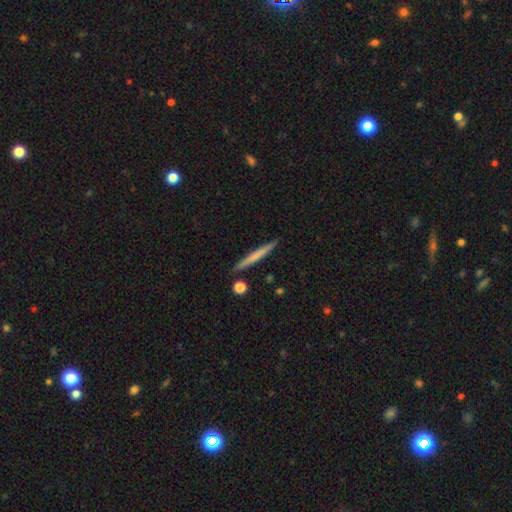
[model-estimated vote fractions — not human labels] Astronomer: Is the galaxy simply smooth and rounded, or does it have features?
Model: smooth — 58% (runner-up: featured or disk, 36%).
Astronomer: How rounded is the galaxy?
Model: cigar-shaped — 96%.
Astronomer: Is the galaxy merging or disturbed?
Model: none — 90%.